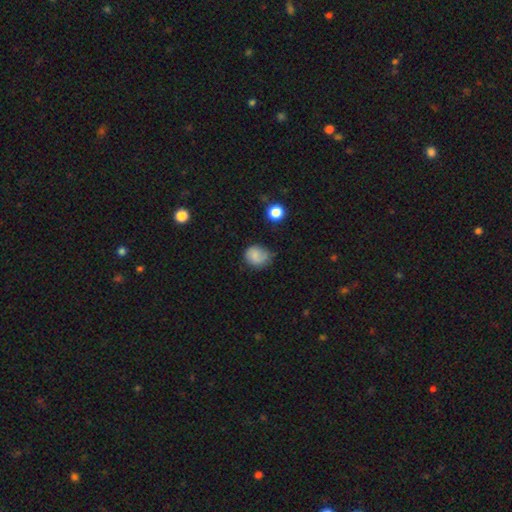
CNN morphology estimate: This is likely a smooth galaxy (74%). How rounded: likely round (67%). Merging: possibly none (55%).